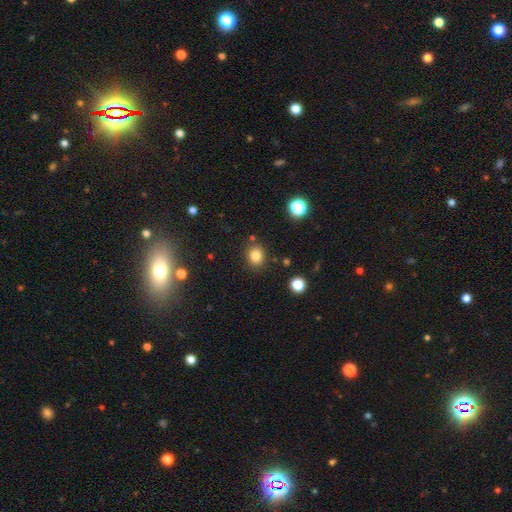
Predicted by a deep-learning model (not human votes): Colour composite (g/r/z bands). It shows a smooth galaxy with no disk features (82%) that is round (66%). Merging: none (84%).